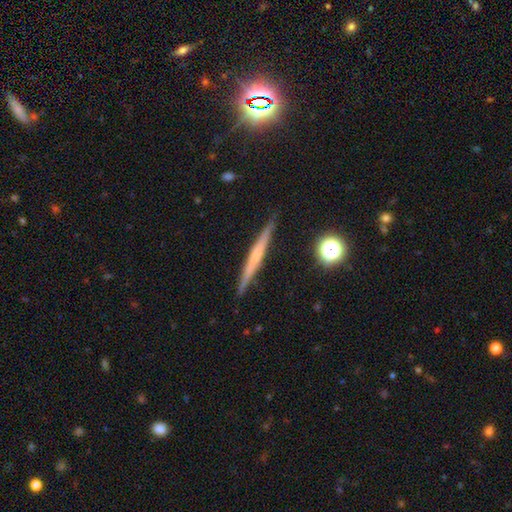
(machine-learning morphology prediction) Smooth or featured: featured or disk — 57% (smooth — 34%)
Edge-on disk: yes — 97% (no — 3%)
Edge-on bulge: none — 59% (rounded — 28%)
Merging: none — 90% (minor disturbance — 7%)